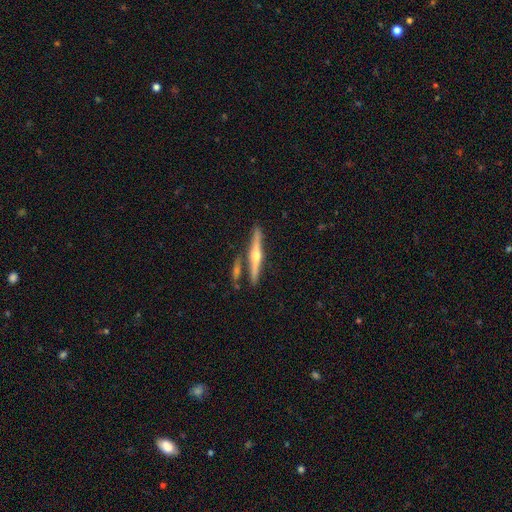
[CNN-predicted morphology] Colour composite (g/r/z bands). It shows a featured or disk galaxy (78%) viewed edge-on (98%) with a rounded central bulge (93%). Merging: none (80%).